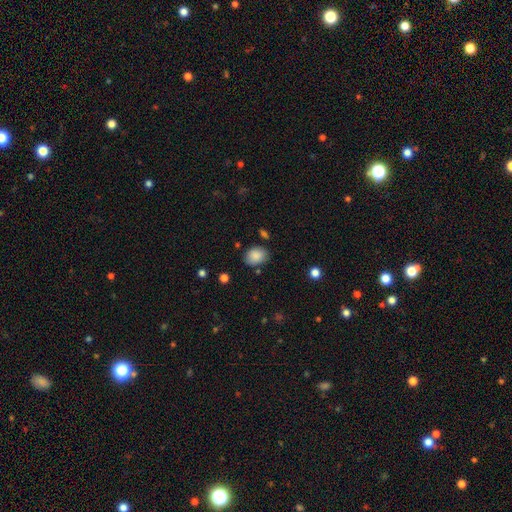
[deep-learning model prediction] Q: Smooth or featured?
A: smooth (87%); runner-up: star or artifact (8%)
Q: How rounded?
A: in between (72%); runner-up: round (27%)
Q: Merging?
A: none (78%); runner-up: minor disturbance (15%)